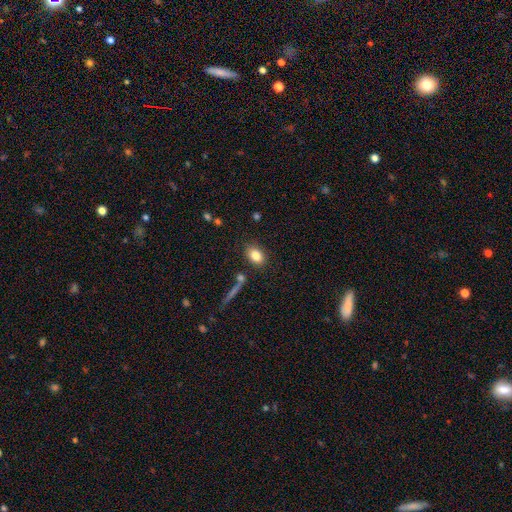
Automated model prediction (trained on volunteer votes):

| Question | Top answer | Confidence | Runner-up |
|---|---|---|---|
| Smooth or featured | smooth | 82% | star or artifact (9%) |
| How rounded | in between | 77% | round (20%) |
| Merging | none | 82% | minor disturbance (10%) |